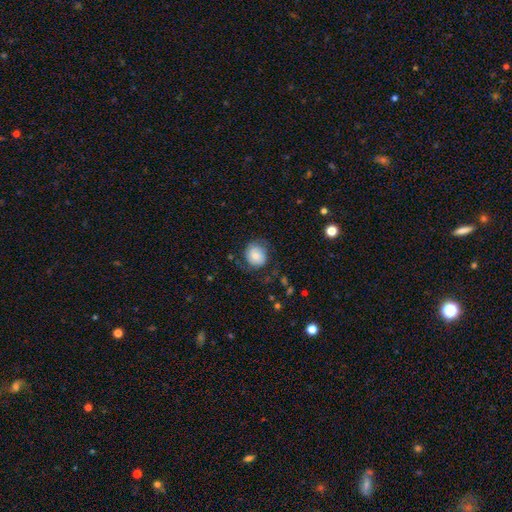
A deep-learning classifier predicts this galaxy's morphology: Smooth or featured? Predicted: smooth (p=0.63). How rounded? Predicted: round (p=0.79). Merging? Predicted: none (p=0.65).